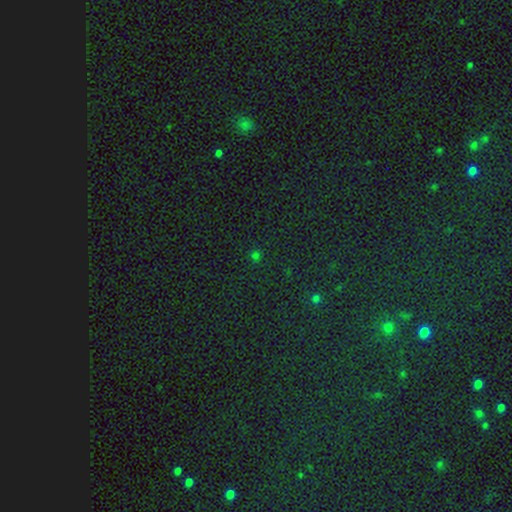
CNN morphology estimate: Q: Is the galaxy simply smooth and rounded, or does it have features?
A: star or artifact — 49%.